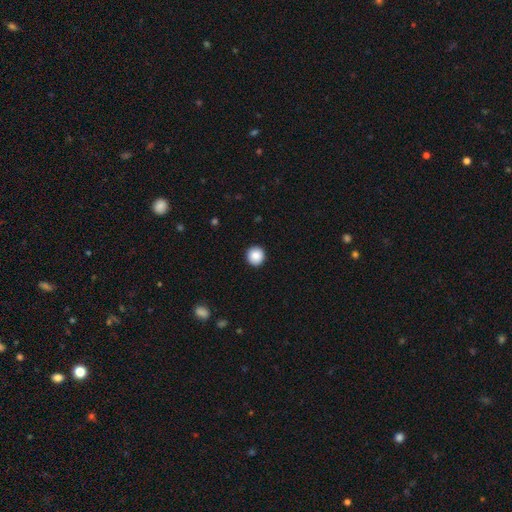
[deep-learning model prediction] Overall: smooth (88%). How rounded: round (94%). Merging: none (93%).